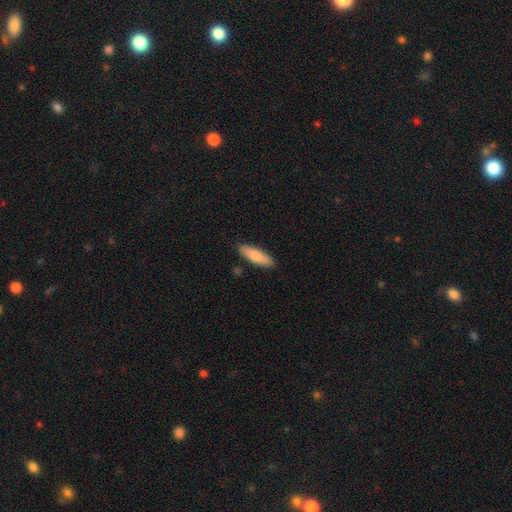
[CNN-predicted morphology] smooth-or-featured: smooth: 82% | featured or disk: 12% | star or artifact: 5%
  how-rounded: cigar-shaped: 56% | in between: 42% | round: 2%
  merging: none: 88% | minor disturbance: 9% | major disturbance: 2% | merger: 2%